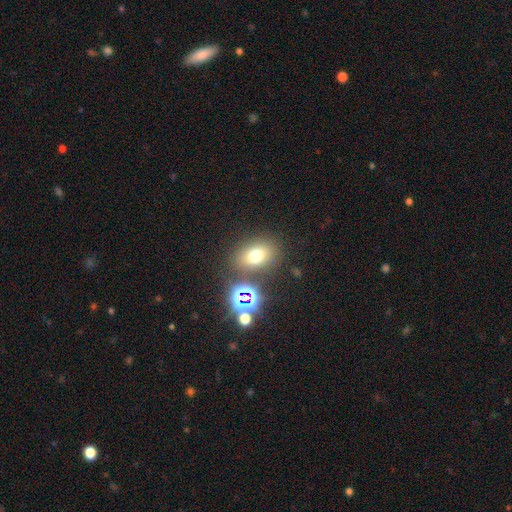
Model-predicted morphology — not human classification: The model was most divided on "how rounded": in between: 64%, round: 34%, cigar-shaped: 2%. More confident: merging — none (78%); smooth or featured — smooth (66%).